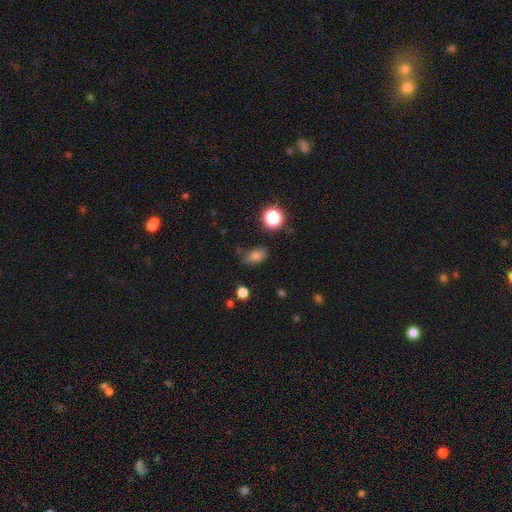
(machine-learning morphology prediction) type=smooth (78%); roundness=in between (81%); merging=none (73%).